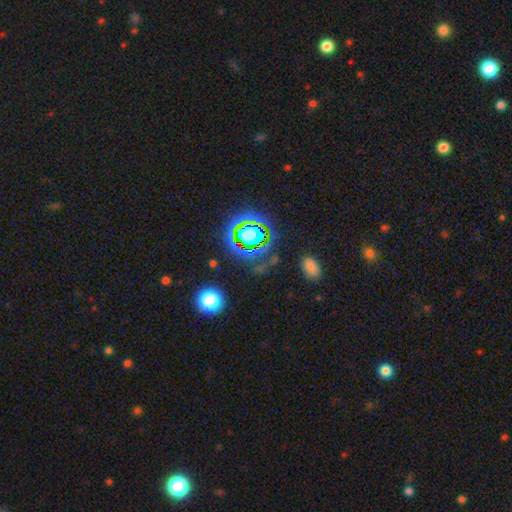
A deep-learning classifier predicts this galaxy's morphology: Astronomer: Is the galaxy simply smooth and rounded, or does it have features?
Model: star or artifact — 77%.